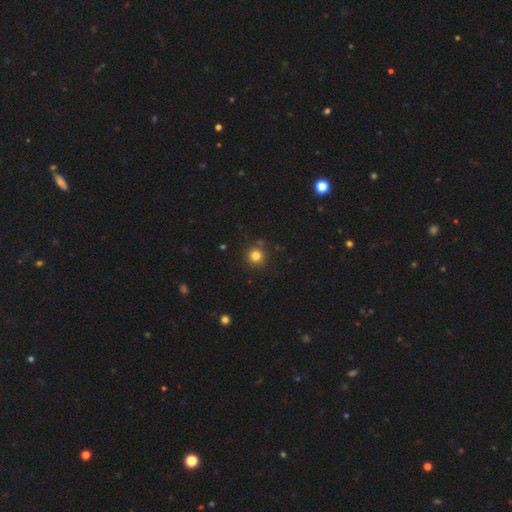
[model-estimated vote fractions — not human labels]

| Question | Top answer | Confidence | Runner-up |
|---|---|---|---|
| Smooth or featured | smooth | 81% | star or artifact (14%) |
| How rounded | round | 94% | in between (5%) |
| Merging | none | 87% | minor disturbance (7%) |